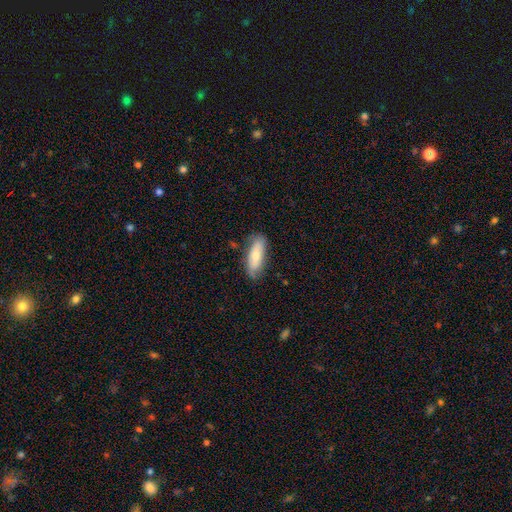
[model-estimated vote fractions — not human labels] Morphology: type=smooth (67%); roundness=in between (66%); merging=none (74%).